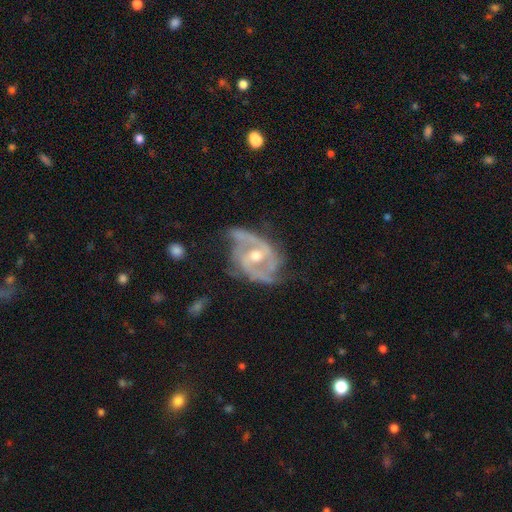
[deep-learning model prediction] This is clearly a featured or disk galaxy (88%). It is clearly not viewed edge-on (97%). Bar: marginally weak (42%). Spiral arm pattern: clearly yes (94%). Spiral arm count: likely 2 (70%). Spiral winding: possibly medium (49%). Central bulge: likely moderate (71%). Merging: possibly none (56%).